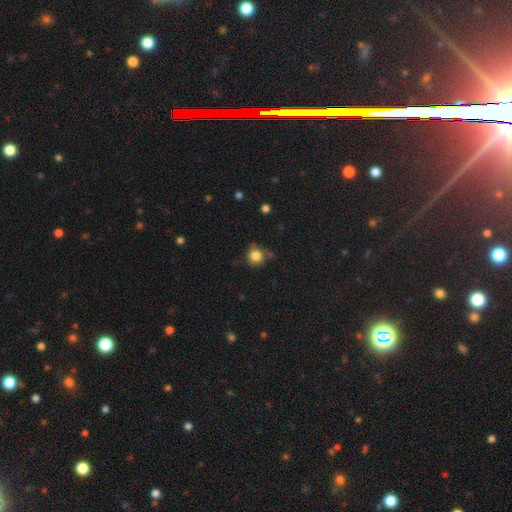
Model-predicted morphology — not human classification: smooth_or_featured: smooth (p=0.82) [alt: star or artifact p=0.11]
how_rounded: round (p=0.87) [alt: in between p=0.12]
merging: none (p=0.63) [alt: minor disturbance p=0.24]